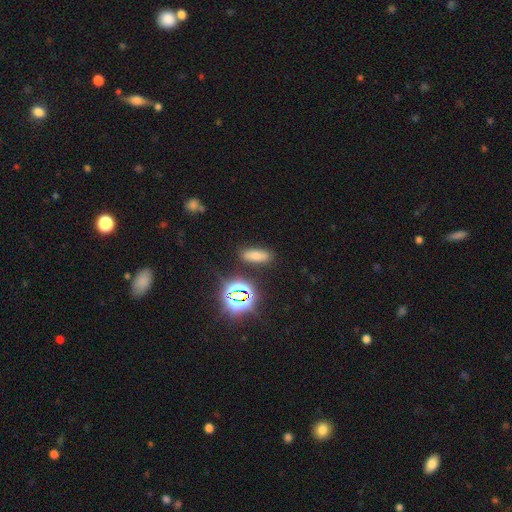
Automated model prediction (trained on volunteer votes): This is likely a smooth galaxy (62%). How rounded: likely in between (71%). Merging: clearly none (84%).